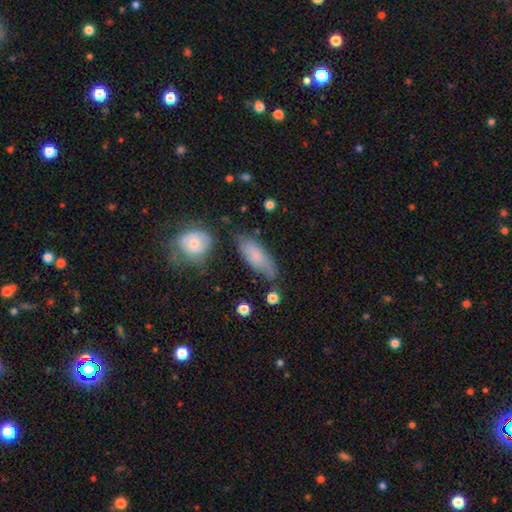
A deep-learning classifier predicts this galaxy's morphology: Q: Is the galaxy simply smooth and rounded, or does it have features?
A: smooth — 72%.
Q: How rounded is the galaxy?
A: in between — 74%.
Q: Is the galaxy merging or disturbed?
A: none — 59%.